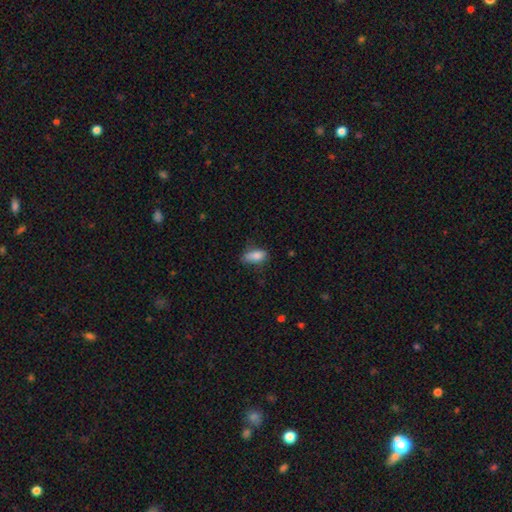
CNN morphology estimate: Smooth or featured? Predicted: smooth (p=0.84). How rounded? Predicted: in between (p=0.83). Merging? Predicted: none (p=0.62).